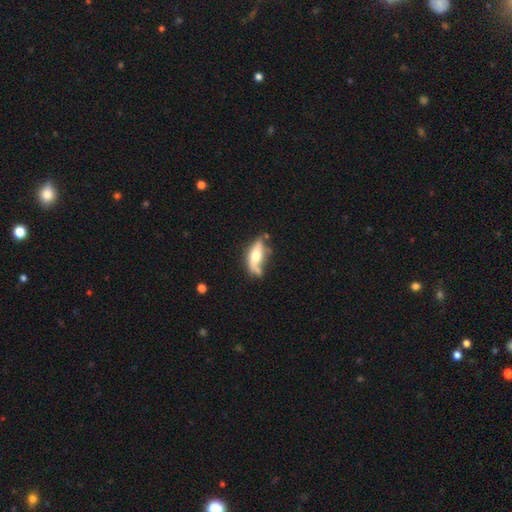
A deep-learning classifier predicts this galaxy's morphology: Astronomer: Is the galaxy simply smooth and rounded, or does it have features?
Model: smooth — 49% (runner-up: featured or disk, 45%).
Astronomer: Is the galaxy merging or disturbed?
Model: none — 41% (runner-up: minor disturbance, 27%).